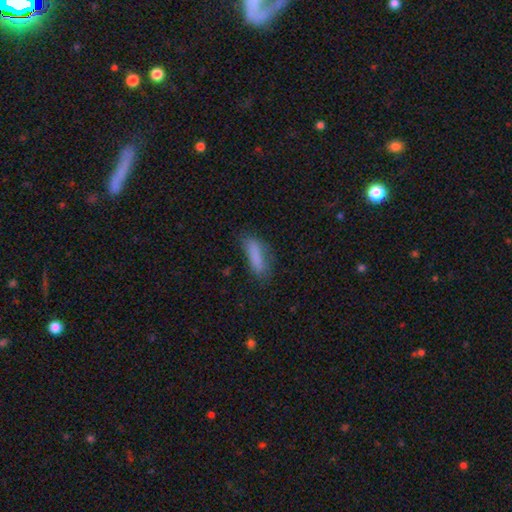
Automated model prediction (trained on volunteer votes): Q: Smooth or featured?
A: smooth (83%); runner-up: featured or disk (9%)
Q: How rounded?
A: cigar-shaped (51%); runner-up: in between (47%)
Q: Merging?
A: none (65%); runner-up: minor disturbance (24%)